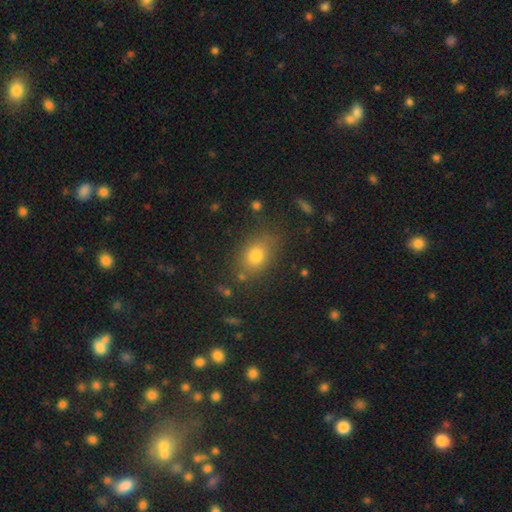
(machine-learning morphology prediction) Smooth or featured? Predicted: smooth (p=0.75). How rounded? Predicted: in between (p=0.66). Merging? Predicted: none (p=0.79).